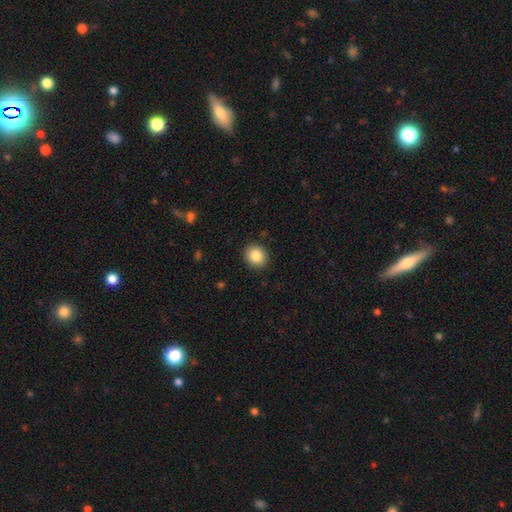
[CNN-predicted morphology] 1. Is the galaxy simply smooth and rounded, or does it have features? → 85% smooth, 9% star or artifact, 6% featured or disk.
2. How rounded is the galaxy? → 70% round, 29% in between, 1% cigar-shaped.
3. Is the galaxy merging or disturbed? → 91% none, 7% minor disturbance, 2% major disturbance, 1% merger.